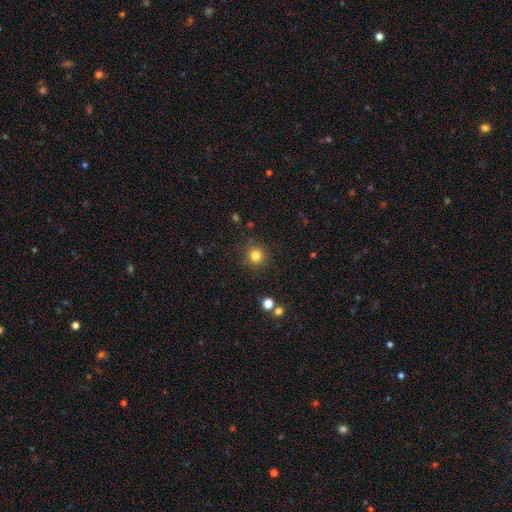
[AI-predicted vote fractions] smooth_or_featured: smooth (p=0.82) [alt: star or artifact p=0.13]
how_rounded: round (p=0.93) [alt: in between p=0.06]
merging: none (p=0.88) [alt: minor disturbance p=0.08]